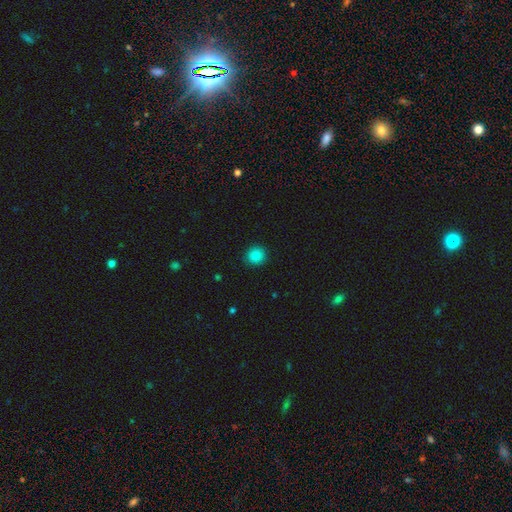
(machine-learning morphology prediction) smooth_or_featured: smooth (p=0.86) [alt: star or artifact p=0.11]
how_rounded: round (p=0.89) [alt: in between p=0.10]
merging: none (p=0.91) [alt: minor disturbance p=0.06]